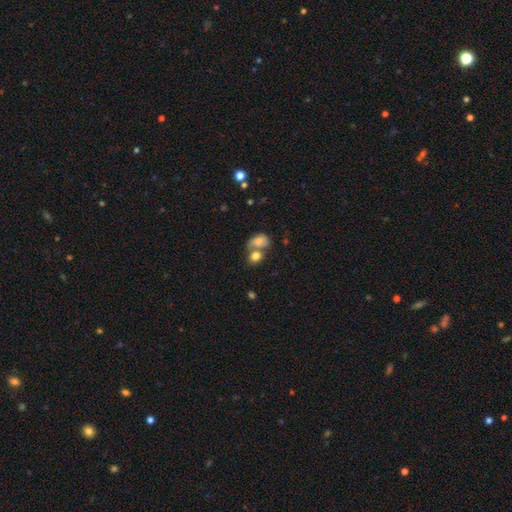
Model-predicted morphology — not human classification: The model was most divided on "how rounded": in between: 54%, round: 44%, cigar-shaped: 1%. More confident: smooth or featured — smooth (78%); merging — merger (56%).